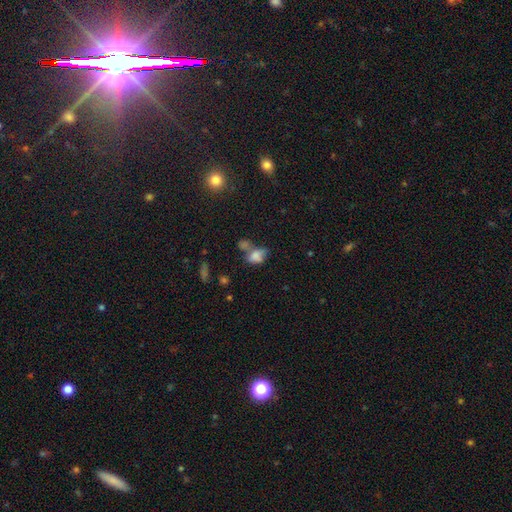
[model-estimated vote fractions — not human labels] Smooth or featured?
  - smooth: 72% *
  - featured or disk: 15%
  - star or artifact: 13%
How rounded?
  - in between: 76% *
  - round: 22%
  - cigar-shaped: 2%
Merging?
  - merger: 42% *
  - none: 26%
  - minor disturbance: 18%
  - major disturbance: 14%